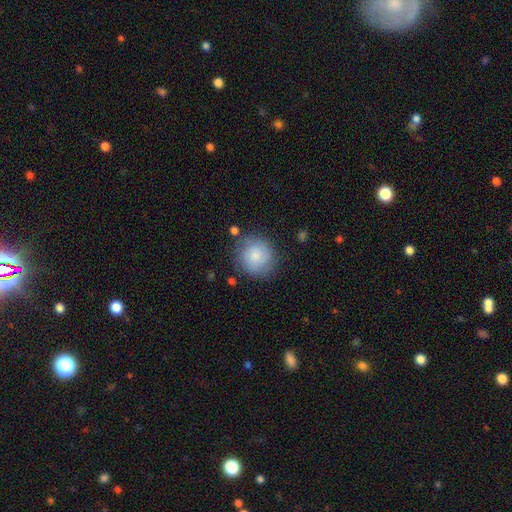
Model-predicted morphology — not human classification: The model was most divided on "smooth or featured": smooth: 70%, featured or disk: 23%, star or artifact: 8%. More confident: how rounded — round (90%); merging — none (75%).